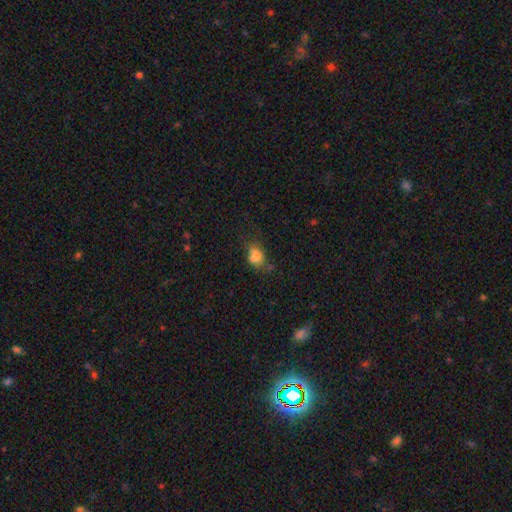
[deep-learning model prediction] Smooth or featured?
  - smooth: 77% *
  - star or artifact: 12%
  - featured or disk: 11%
How rounded?
  - in between: 66% *
  - round: 33%
  - cigar-shaped: 2%
Merging?
  - none: 46% *
  - minor disturbance: 27%
  - merger: 15%
  - major disturbance: 12%